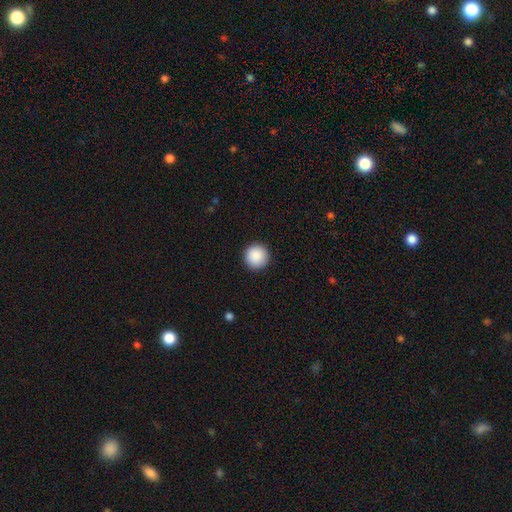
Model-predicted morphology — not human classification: Smooth or featured?
  - smooth: 89% *
  - star or artifact: 8%
  - featured or disk: 3%
How rounded?
  - round: 96% *
  - in between: 3%
  - cigar-shaped: 1%
Merging?
  - none: 93% *
  - minor disturbance: 5%
  - major disturbance: 2%
  - merger: 1%